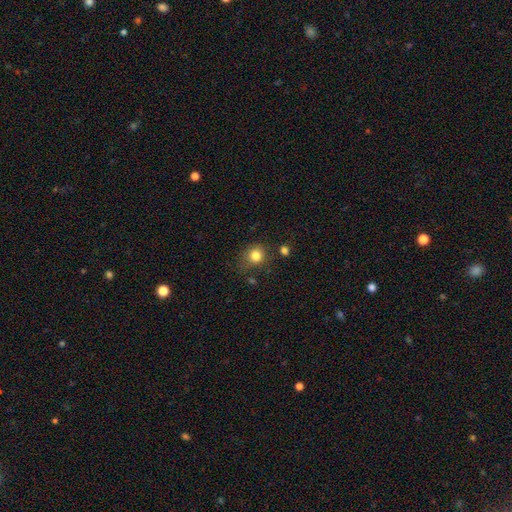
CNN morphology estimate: smooth 82%, star or artifact 12%, featured or disk 6%. Down the decision tree: how rounded — round (82%); merging — none (70%).